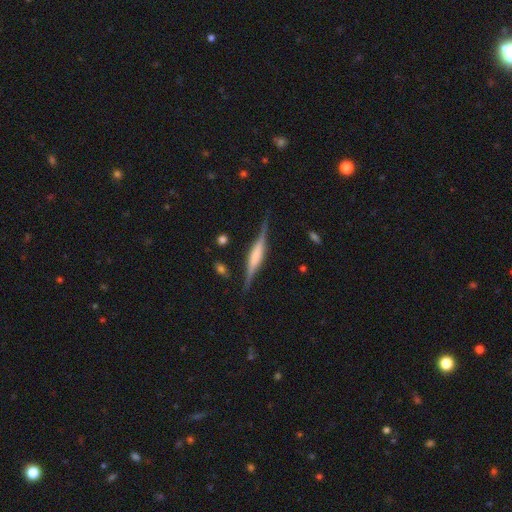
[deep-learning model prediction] This is likely a featured or disk galaxy (75%). It is clearly viewed edge-on (97%). Edge-on bulge: possibly boxy (51%). Merging: clearly none (81%).